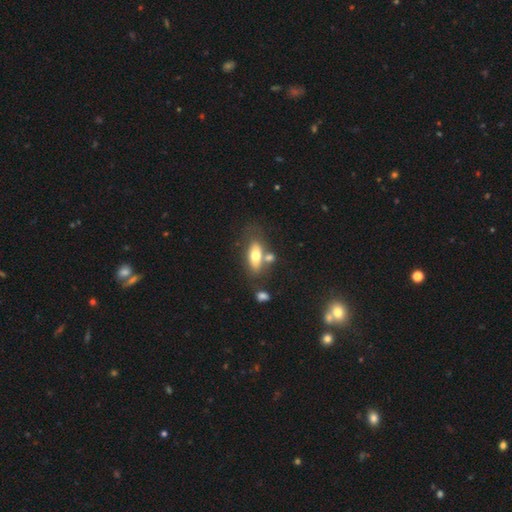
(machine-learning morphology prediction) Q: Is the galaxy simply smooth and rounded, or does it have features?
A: smooth — 66%.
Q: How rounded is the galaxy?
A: in between — 81%.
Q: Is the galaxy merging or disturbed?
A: none — 55%.